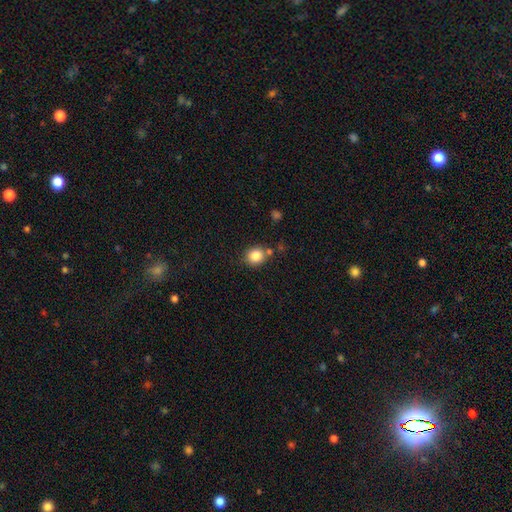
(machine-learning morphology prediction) Q: Smooth or featured?
A: smooth (84%); runner-up: star or artifact (10%)
Q: How rounded?
A: round (79%); runner-up: in between (20%)
Q: Merging?
A: none (74%); runner-up: minor disturbance (12%)